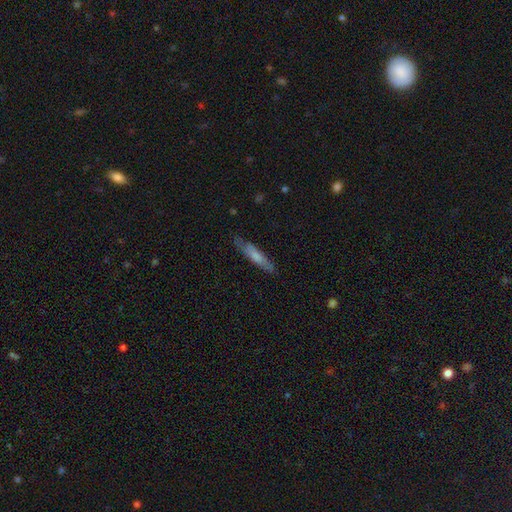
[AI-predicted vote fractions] A smooth galaxy with no disk features (62%) that is cigar-shaped (84%). Merging: none (78%).